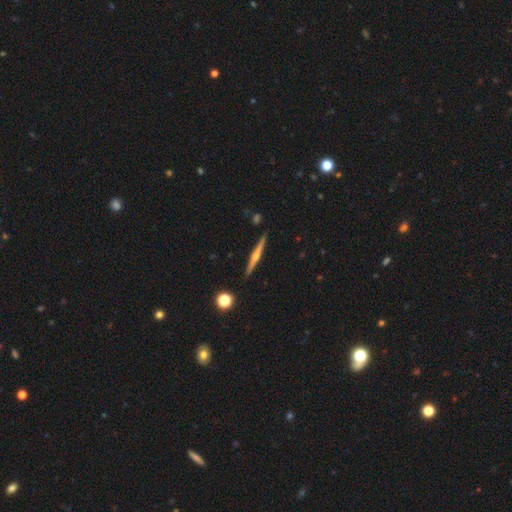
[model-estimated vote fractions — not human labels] featured or disk 72%, smooth 22%, star or artifact 6%. Down the decision tree: edge-on disk — yes (98%); edge-on bulge — rounded (84%); merging — none (90%).